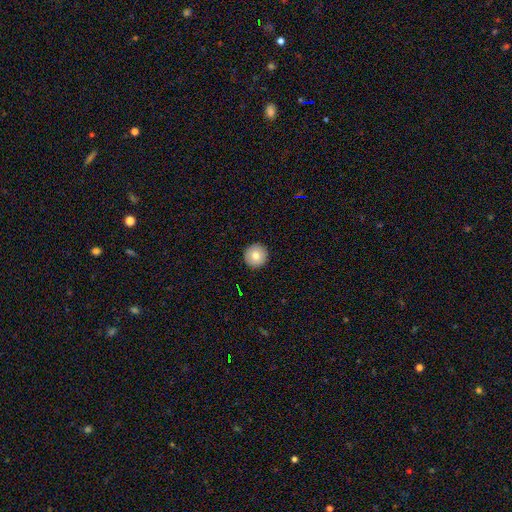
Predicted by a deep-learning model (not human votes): Smooth or featured? Predicted: smooth (p=0.78). How rounded? Predicted: round (p=0.96). Merging? Predicted: none (p=0.93).